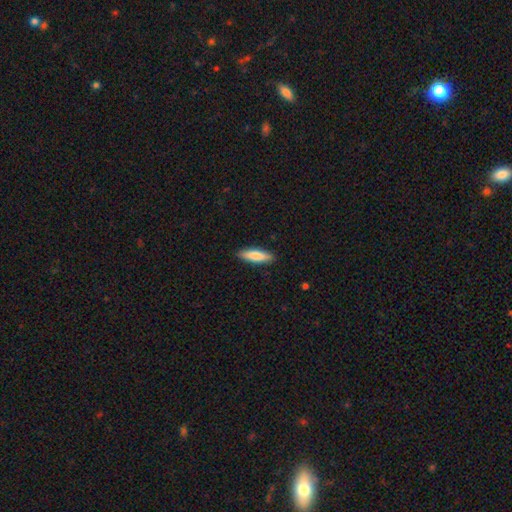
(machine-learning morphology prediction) smooth 83%, featured or disk 12%, star or artifact 5%. Down the decision tree: how rounded — cigar-shaped (64%); merging — none (90%).